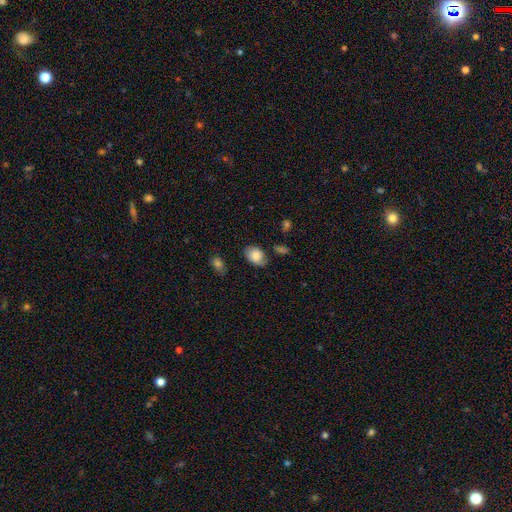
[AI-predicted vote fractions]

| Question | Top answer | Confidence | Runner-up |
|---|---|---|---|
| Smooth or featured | smooth | 81% | featured or disk (12%) |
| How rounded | in between | 82% | round (16%) |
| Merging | none | 74% | minor disturbance (19%) |